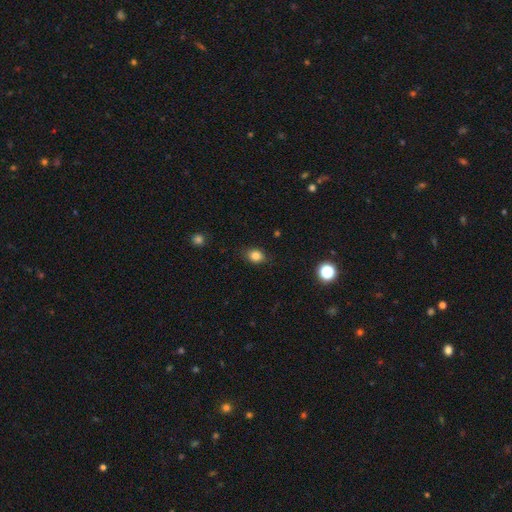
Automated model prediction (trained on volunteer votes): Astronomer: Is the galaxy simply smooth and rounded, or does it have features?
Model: smooth — 82%.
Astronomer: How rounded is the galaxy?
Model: in between — 58% (runner-up: round, 40%).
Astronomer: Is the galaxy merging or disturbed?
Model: none — 84%.